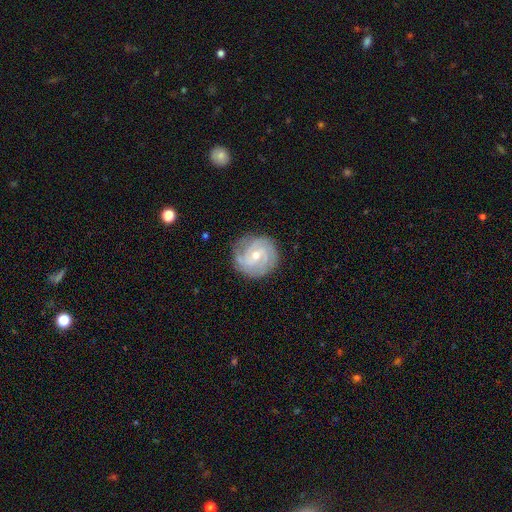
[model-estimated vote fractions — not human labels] This appears to be a featured or disk galaxy (85%) with no bar (51%), 3 (36%) tight (67%) spiral arms (97%) and a small central bulge (51%). Merging: none (82%).